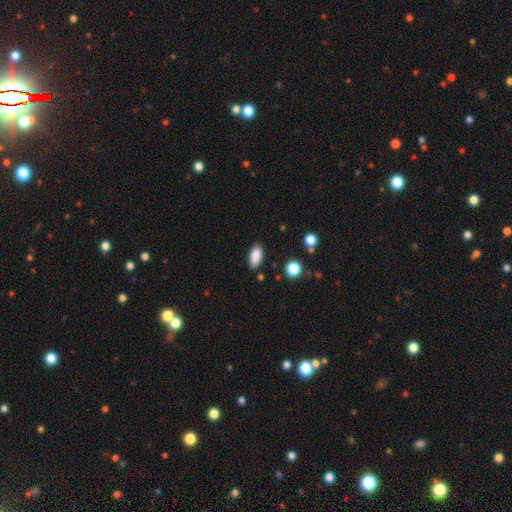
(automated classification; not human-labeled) The model was most divided on "merging": none: 84%, minor disturbance: 12%, major disturbance: 2%, merger: 2%. More confident: how rounded — in between (89%); smooth or featured — smooth (87%).